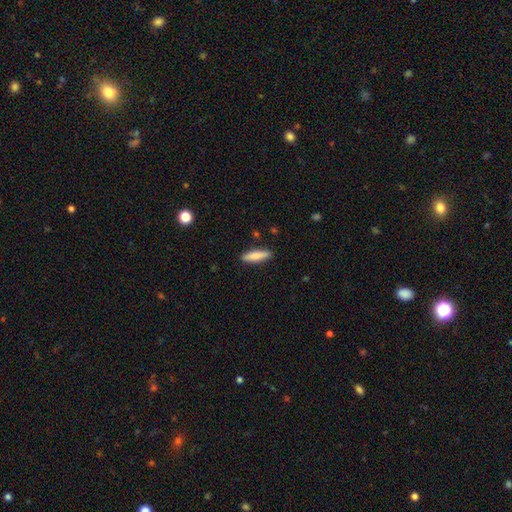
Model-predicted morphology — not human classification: Smooth or featured? smooth (80%)
How rounded? cigar-shaped (74%)
Merging? none (88%)